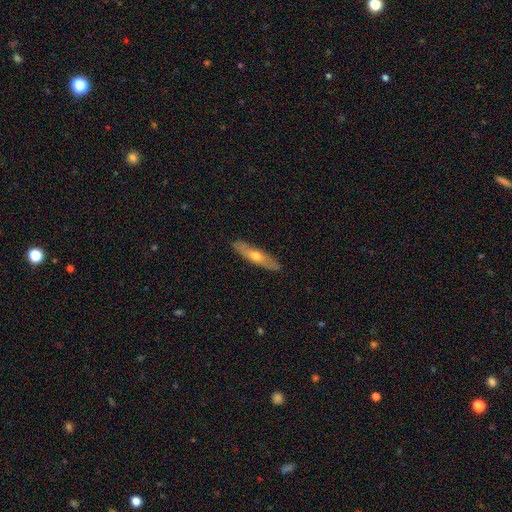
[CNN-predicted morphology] Smooth or featured? Predicted: featured or disk (p=0.53). Edge-on disk? Predicted: yes (p=0.72). Merging? Predicted: none (p=0.88).